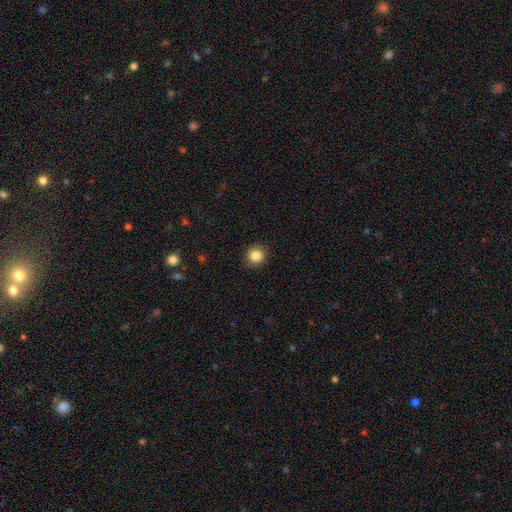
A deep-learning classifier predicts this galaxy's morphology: smooth_or_featured: smooth (p=0.85) [alt: star or artifact p=0.10]
how_rounded: round (p=0.87) [alt: in between p=0.12]
merging: none (p=0.89) [alt: minor disturbance p=0.08]